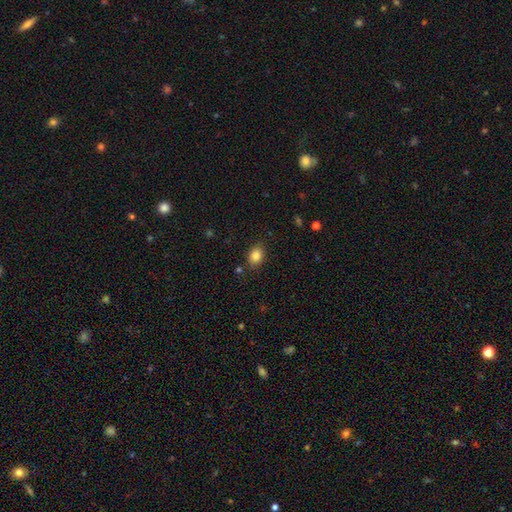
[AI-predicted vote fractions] smooth 84%, star or artifact 10%, featured or disk 6%. Down the decision tree: how rounded — in between (64%); merging — none (84%).